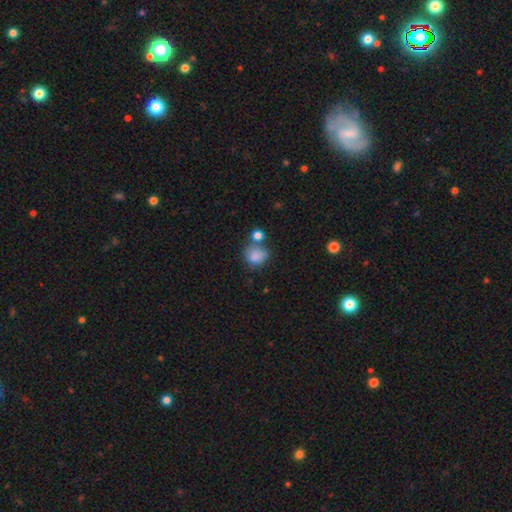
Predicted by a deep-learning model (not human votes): smooth-or-featured: smooth: 82% | star or artifact: 10% | featured or disk: 8%
  how-rounded: round: 69% | in between: 30% | cigar-shaped: 1%
  merging: none: 47% | merger: 23% | minor disturbance: 20% | major disturbance: 10%